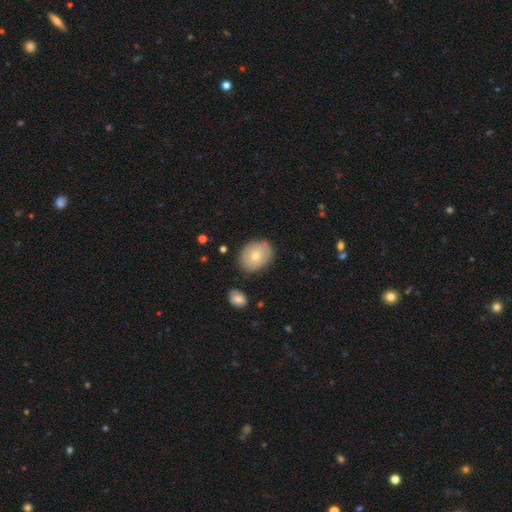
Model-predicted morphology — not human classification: Smooth or featured?
  - smooth: 69% *
  - featured or disk: 23%
  - star or artifact: 8%
How rounded?
  - in between: 57% *
  - round: 42%
  - cigar-shaped: 1%
Merging?
  - none: 79% *
  - minor disturbance: 15%
  - major disturbance: 3%
  - merger: 3%